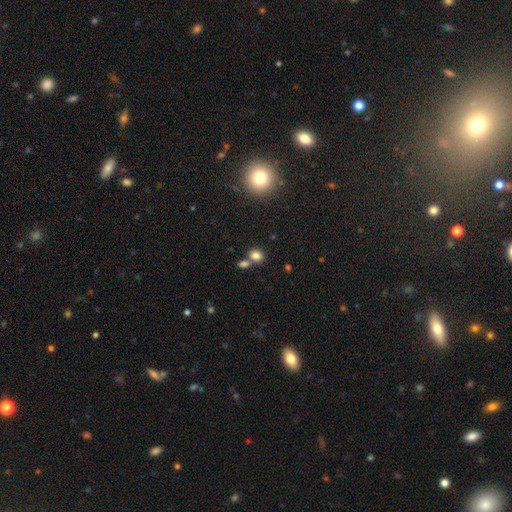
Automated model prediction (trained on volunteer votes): smooth_or_featured: smooth (p=0.80) [alt: star or artifact p=0.13]
how_rounded: round (p=0.53) [alt: in between p=0.45]
merging: none (p=0.54) [alt: merger p=0.32]